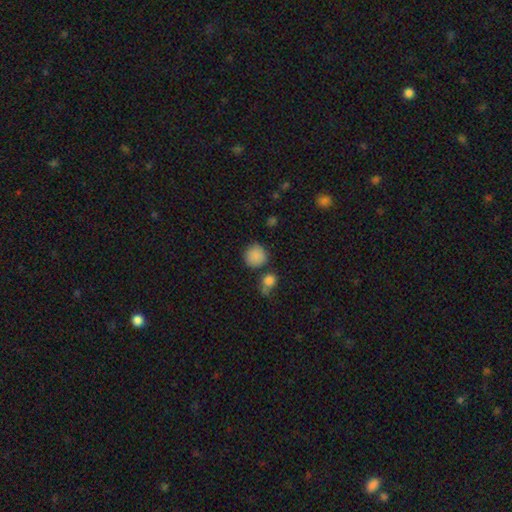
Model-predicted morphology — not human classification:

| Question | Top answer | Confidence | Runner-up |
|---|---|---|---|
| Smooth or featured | smooth | 85% | star or artifact (10%) |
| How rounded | round | 90% | in between (9%) |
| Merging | none | 71% | minor disturbance (14%) |